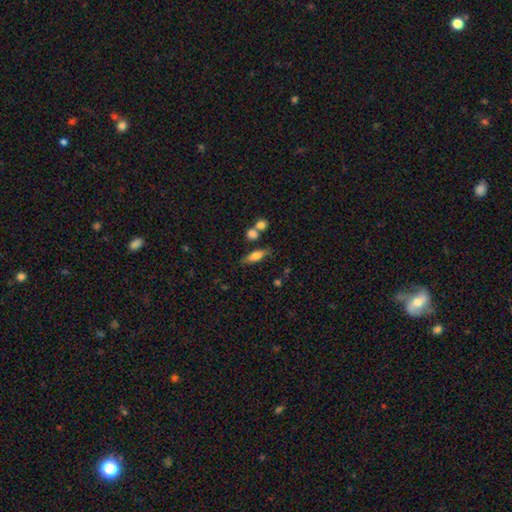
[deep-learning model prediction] A smooth galaxy with no disk features (69%) that is in between round and cigar-shaped (61%). Merging: none (67%).